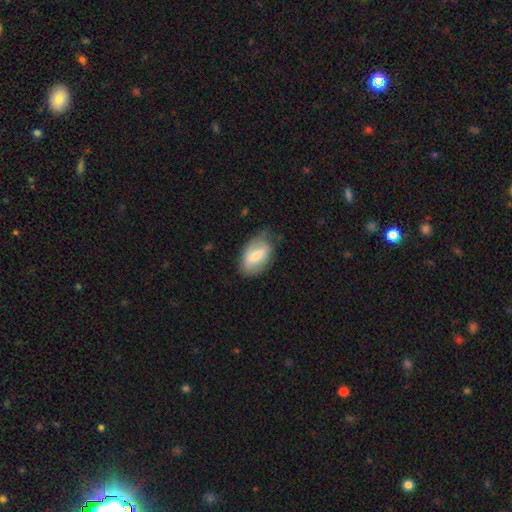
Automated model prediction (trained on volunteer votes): Morphology: type=smooth (60%); roundness=in between (91%); merging=none (60%).